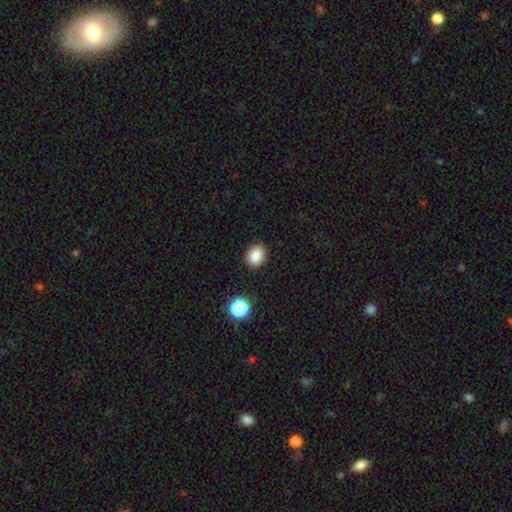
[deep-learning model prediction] smooth-or-featured: smooth: 86% | star or artifact: 11% | featured or disk: 3%
  how-rounded: in between: 53% | round: 46% | cigar-shaped: 1%
  merging: none: 88% | minor disturbance: 8% | major disturbance: 2% | merger: 2%